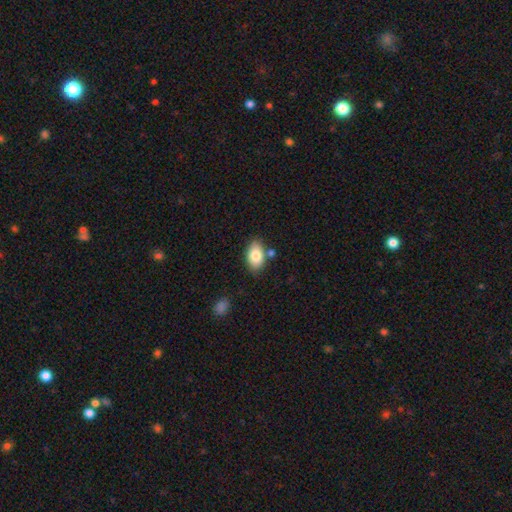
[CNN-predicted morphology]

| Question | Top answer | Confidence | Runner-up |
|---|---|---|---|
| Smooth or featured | smooth | 82% | featured or disk (11%) |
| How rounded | in between | 90% | round (8%) |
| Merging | none | 75% | minor disturbance (14%) |